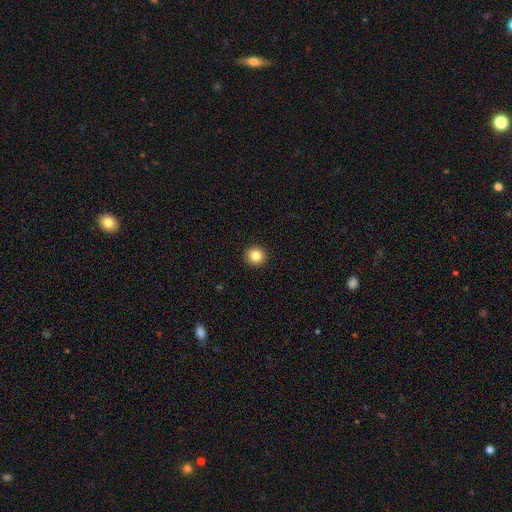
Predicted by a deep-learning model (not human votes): Smooth or featured: smooth — 84% (star or artifact — 11%)
How rounded: round — 94% (in between — 5%)
Merging: none — 94% (minor disturbance — 4%)